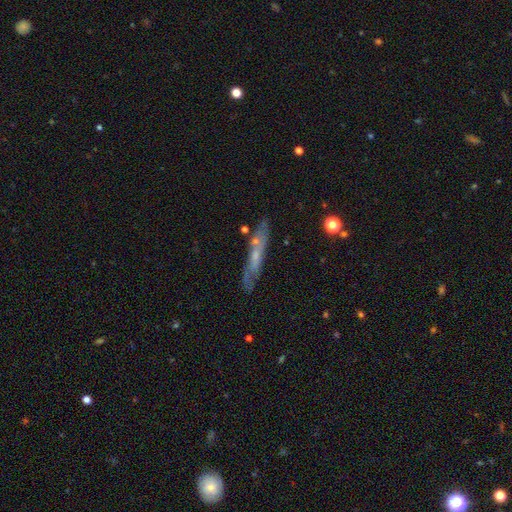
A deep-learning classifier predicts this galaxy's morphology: type=featured or disk (56%); edge-on=yes (70%); merging=none (73%).